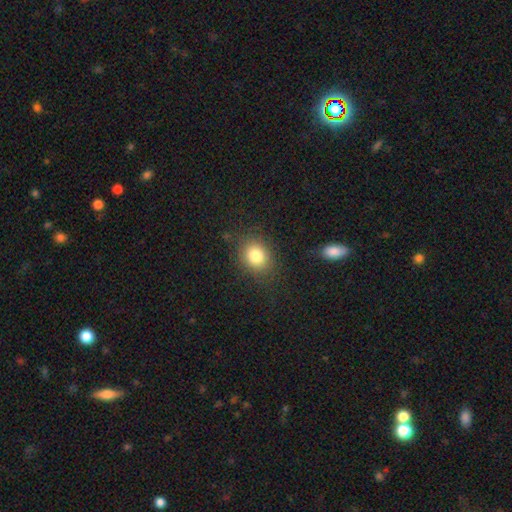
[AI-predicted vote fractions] Smooth or featured? smooth (80%)
How rounded? round (60%)
Merging? none (83%)